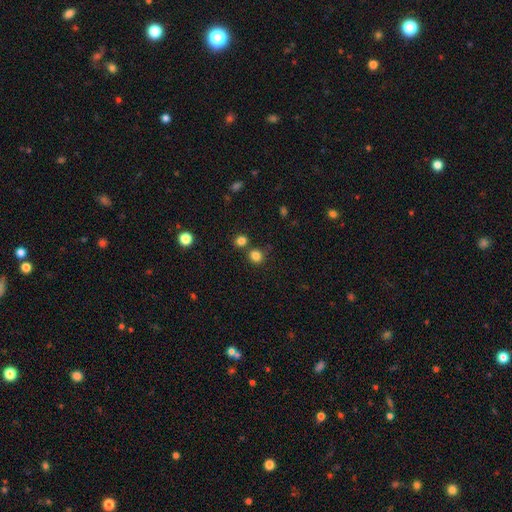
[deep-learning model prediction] Q: Smooth or featured?
A: smooth (82%); runner-up: star or artifact (14%)
Q: How rounded?
A: round (86%); runner-up: in between (13%)
Q: Merging?
A: none (74%); runner-up: merger (16%)